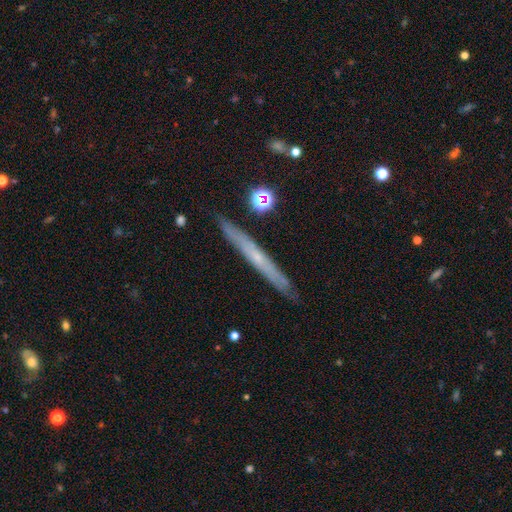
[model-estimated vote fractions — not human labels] Smooth or featured?
  - featured or disk: 61% *
  - smooth: 31%
  - star or artifact: 8%
Edge-on disk?
  - yes: 93% *
  - no: 7%
Edge-on bulge?
  - none: 64% *
  - rounded: 33%
  - boxy: 3%
Merging?
  - none: 88% *
  - minor disturbance: 9%
  - merger: 2%
  - major disturbance: 2%